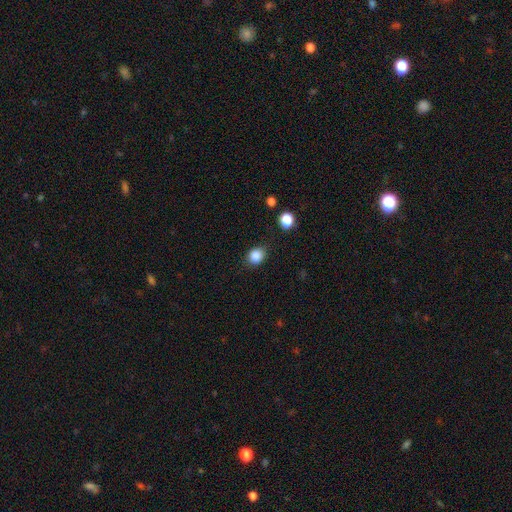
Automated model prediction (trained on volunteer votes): The model was most divided on "how rounded": round: 64%, in between: 35%, cigar-shaped: 1%. More confident: smooth or featured — smooth (86%); merging — none (82%).